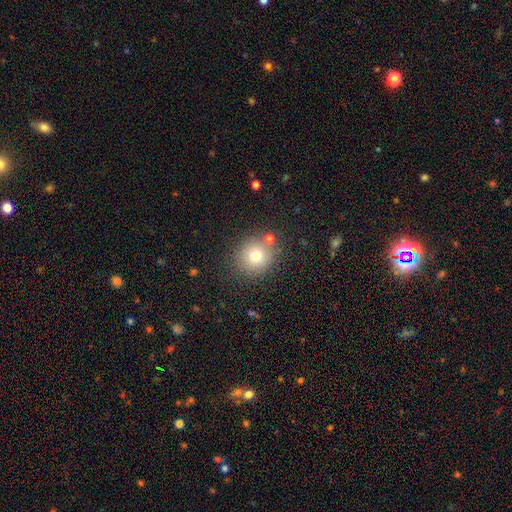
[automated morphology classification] Smooth or featured: smooth — 73% (star or artifact — 14%)
How rounded: round — 85% (in between — 14%)
Merging: none — 79% (minor disturbance — 10%)